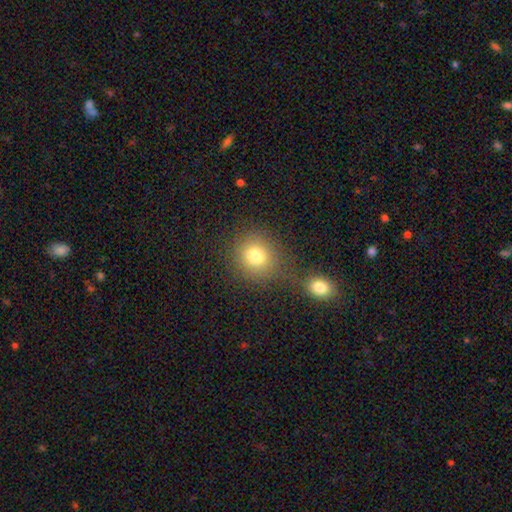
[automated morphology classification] smooth 79%, star or artifact 13%, featured or disk 8%. Down the decision tree: how rounded — round (86%); merging — none (69%).